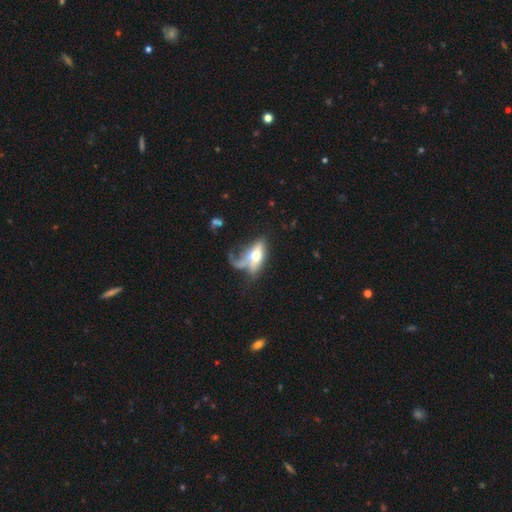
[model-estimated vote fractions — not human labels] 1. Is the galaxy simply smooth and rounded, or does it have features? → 48% featured or disk, 44% smooth, 8% star or artifact.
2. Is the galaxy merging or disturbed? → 39% major disturbance, 26% none, 18% minor disturbance, 17% merger.